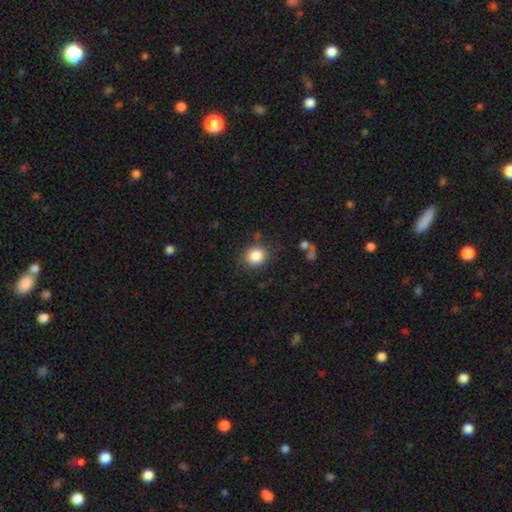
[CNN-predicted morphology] smooth_or_featured: smooth (p=0.85) [alt: star or artifact p=0.10]
how_rounded: round (p=0.77) [alt: in between p=0.22]
merging: none (p=0.82) [alt: minor disturbance p=0.12]